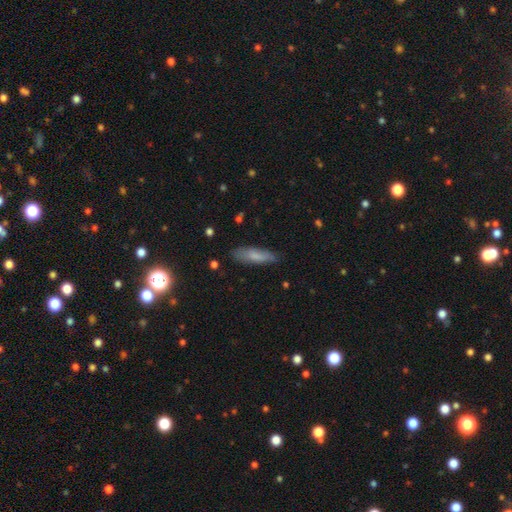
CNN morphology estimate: Smooth or featured? Predicted: smooth (p=0.77). How rounded? Predicted: cigar-shaped (p=0.58). Merging? Predicted: none (p=0.79).